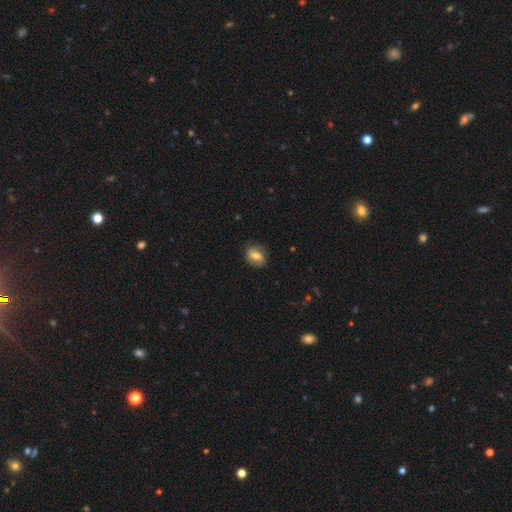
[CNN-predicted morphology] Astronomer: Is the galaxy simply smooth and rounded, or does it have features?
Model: smooth — 59%.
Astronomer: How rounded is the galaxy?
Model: in between — 62%.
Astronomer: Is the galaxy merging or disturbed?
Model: none — 77%.